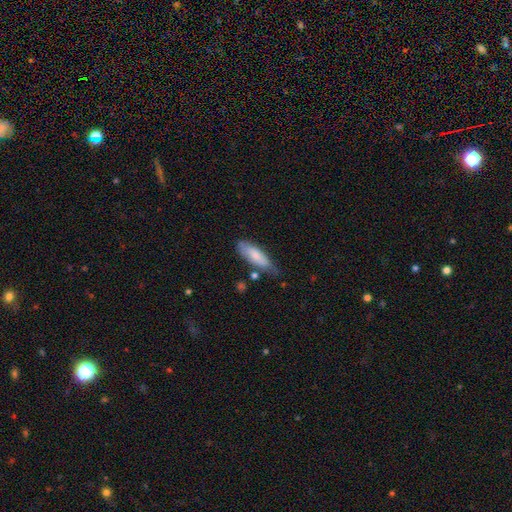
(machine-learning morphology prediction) smooth 78%, featured or disk 16%, star or artifact 6%. Down the decision tree: how rounded — in between (53%); merging — none (57%).